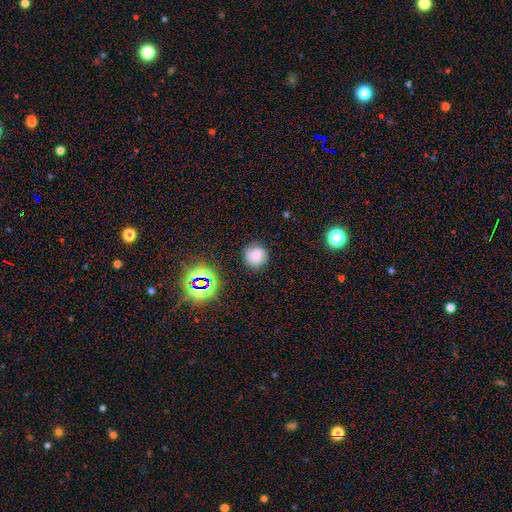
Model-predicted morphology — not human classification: Smooth or featured? smooth (61%)
How rounded? round (90%)
Merging? none (82%)